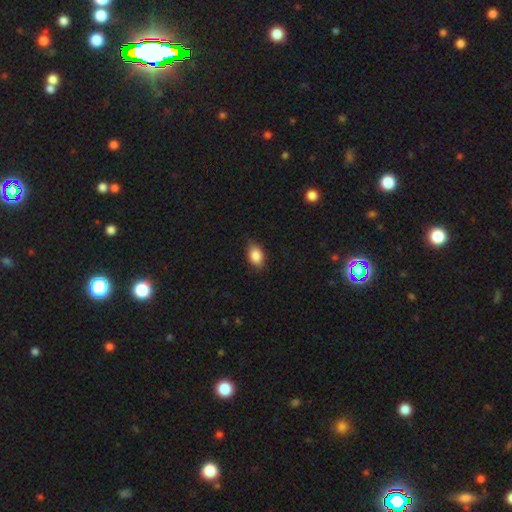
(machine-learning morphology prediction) Overall: smooth (86%). How rounded: in between (85%). Merging: none (81%).